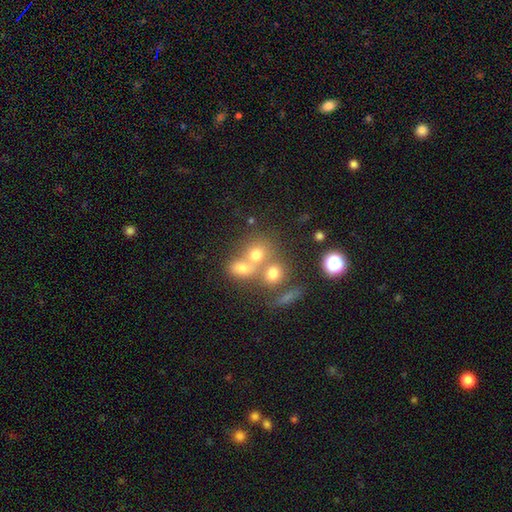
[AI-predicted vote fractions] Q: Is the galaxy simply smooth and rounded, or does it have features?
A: smooth — 58%.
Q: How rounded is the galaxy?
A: round — 66%.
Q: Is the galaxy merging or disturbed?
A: merger — 56%.